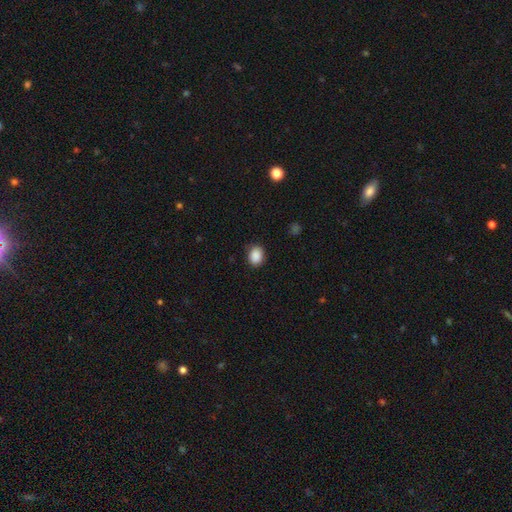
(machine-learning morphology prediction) Smooth or featured? smooth (89%)
How rounded? in between (54%)
Merging? none (87%)